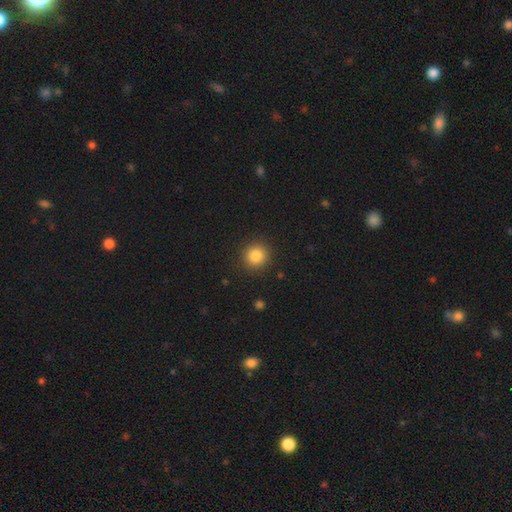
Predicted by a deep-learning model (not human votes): A smooth galaxy with no disk features (85%) that is round (91%). Merging: none (91%).